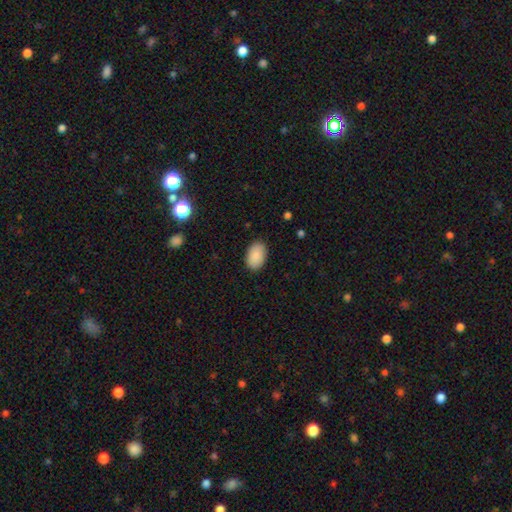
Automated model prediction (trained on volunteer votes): This is clearly a smooth galaxy (90%). How rounded: clearly in between (91%). Merging: clearly none (88%).